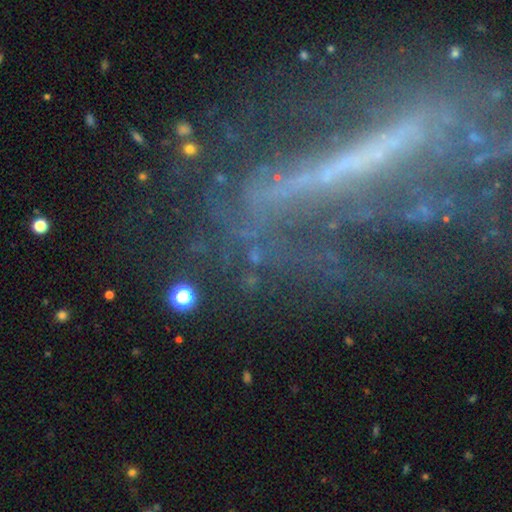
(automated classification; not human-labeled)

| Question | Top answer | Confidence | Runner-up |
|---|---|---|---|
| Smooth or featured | featured or disk | 61% | star or artifact (26%) |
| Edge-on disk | no | 73% | yes (27%) |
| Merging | none | 59% | major disturbance (19%) |